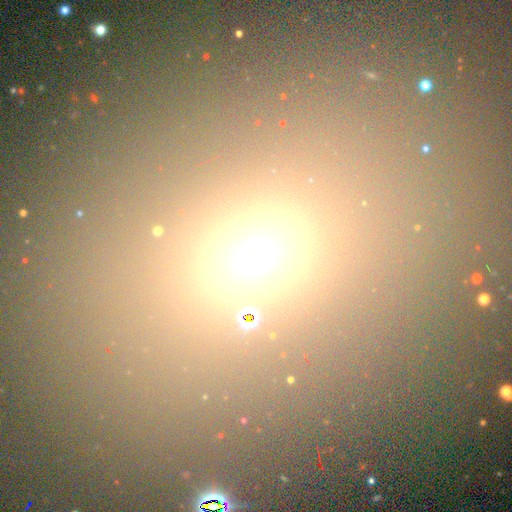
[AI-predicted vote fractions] Smooth or featured? Predicted: smooth (p=0.57). How rounded? Predicted: round (p=0.58). Merging? Predicted: none (p=0.77).